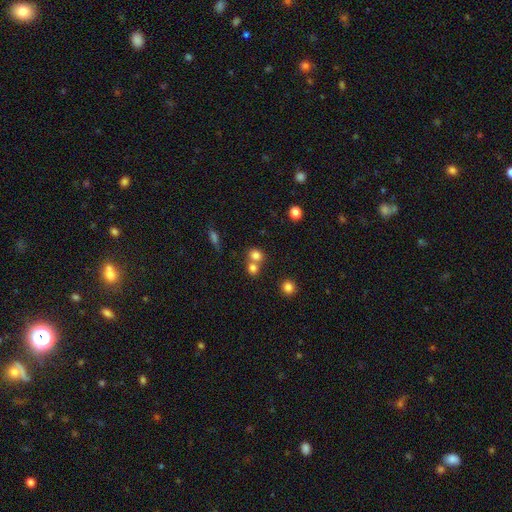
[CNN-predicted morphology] Smooth or featured?
  - smooth: 79% *
  - star or artifact: 13%
  - featured or disk: 8%
How rounded?
  - round: 76% *
  - in between: 23%
  - cigar-shaped: 1%
Merging?
  - merger: 46% *
  - none: 45%
  - minor disturbance: 6%
  - major disturbance: 3%